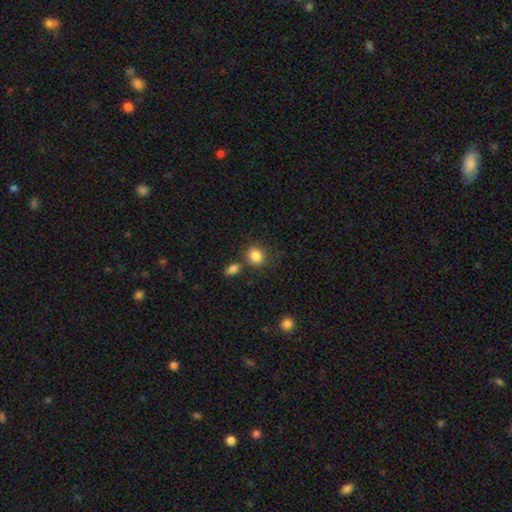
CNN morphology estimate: Q: Smooth or featured?
A: smooth (85%); runner-up: star or artifact (10%)
Q: How rounded?
A: round (80%); runner-up: in between (19%)
Q: Merging?
A: none (71%); runner-up: merger (13%)